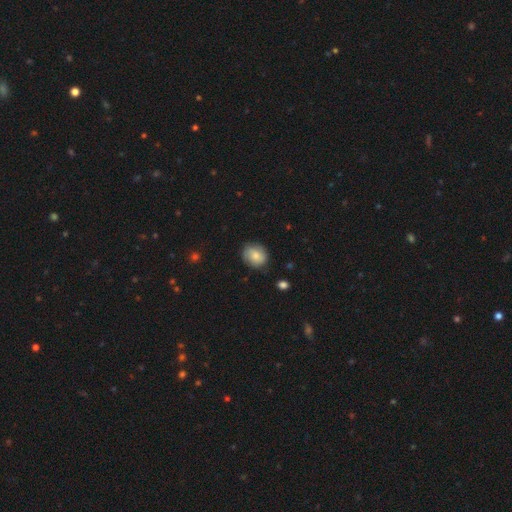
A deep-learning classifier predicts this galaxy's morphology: A smooth galaxy with no disk features (72%) that is round (68%).

Vote fractions:
- Smooth or featured? smooth: 72% / featured or disk: 20% / star or artifact: 8%
- How rounded? round: 68% / in between: 31% / cigar-shaped: 1%
- Merging? none: 78% / minor disturbance: 17% / major disturbance: 4% / merger: 1%